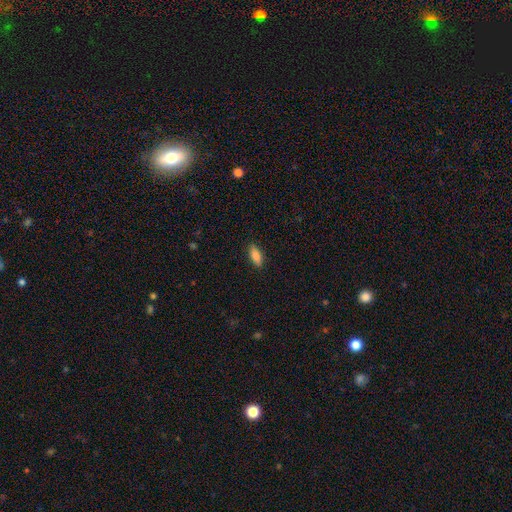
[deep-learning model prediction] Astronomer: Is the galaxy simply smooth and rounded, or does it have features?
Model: smooth — 85%.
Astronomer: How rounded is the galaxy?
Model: in between — 81%.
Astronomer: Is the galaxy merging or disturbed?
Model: none — 88%.